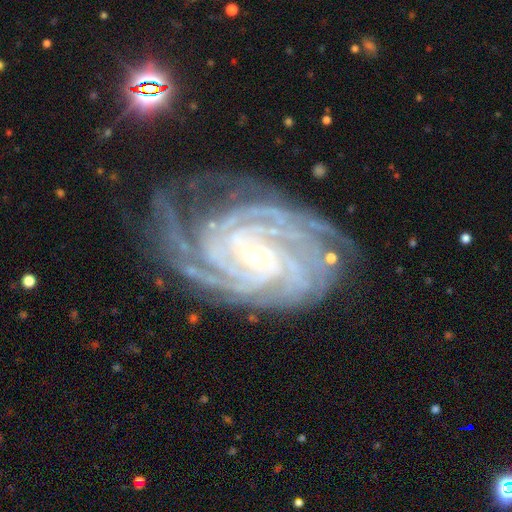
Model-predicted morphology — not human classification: Smooth or featured? featured or disk (93%)
Edge-on disk? no (97%)
Bar? no (56%)
Spiral arms? yes (99%)
Spiral winding? tight (80%)
Spiral arm count? 4 (29%)
Bulge size? small (72%)
Merging? none (69%)